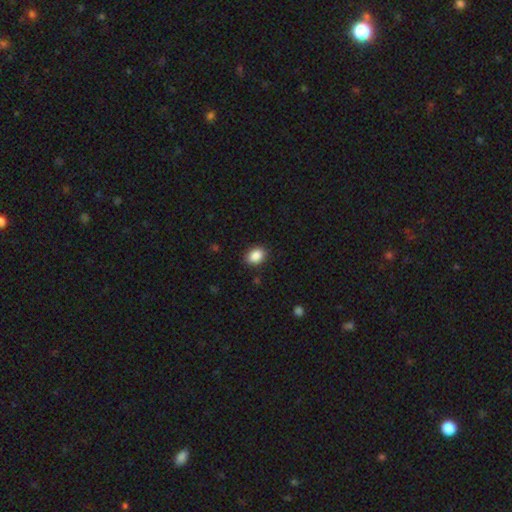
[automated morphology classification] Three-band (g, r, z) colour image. It shows a smooth galaxy with no disk features (88%) that is in between round and cigar-shaped (74%). Merging: none (87%).